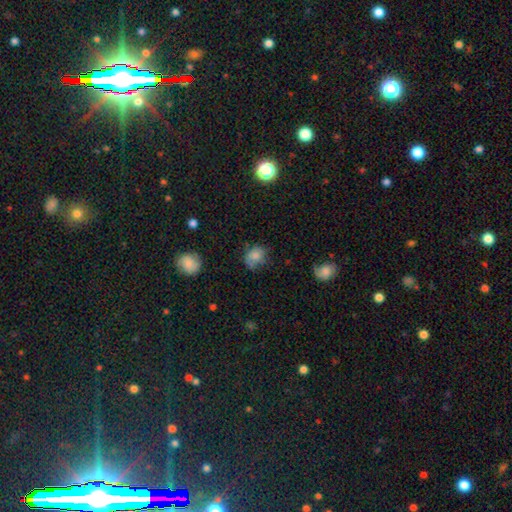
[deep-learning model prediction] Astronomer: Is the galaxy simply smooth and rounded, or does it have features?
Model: smooth — 70%.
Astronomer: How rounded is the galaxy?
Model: round — 60% (runner-up: in between, 39%).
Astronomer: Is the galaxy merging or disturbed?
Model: none — 56%.